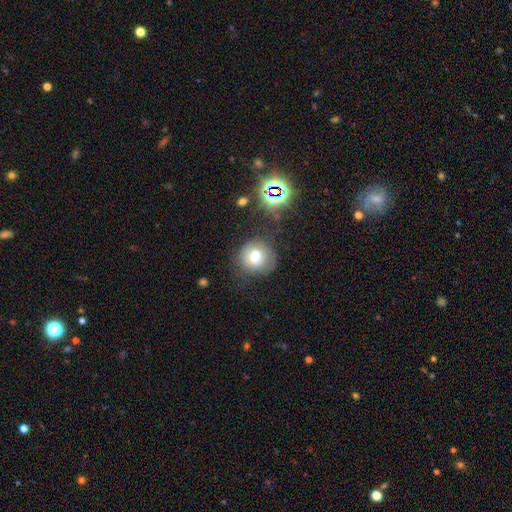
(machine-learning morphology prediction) Smooth or featured? Predicted: smooth (p=0.66). How rounded? Predicted: round (p=0.83). Merging? Predicted: none (p=0.66).